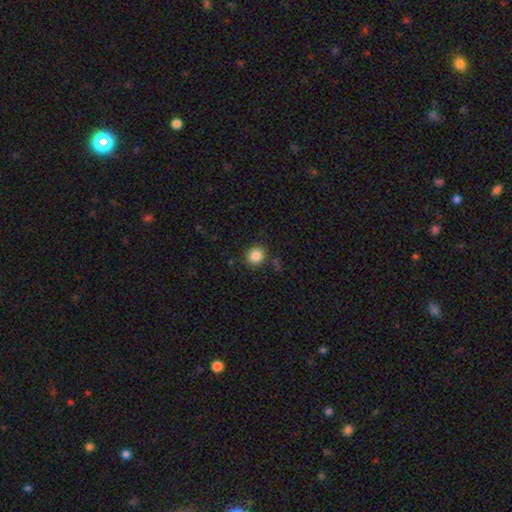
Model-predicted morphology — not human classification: A smooth galaxy with no disk features (85%) that is round (88%). Merging: none (87%).